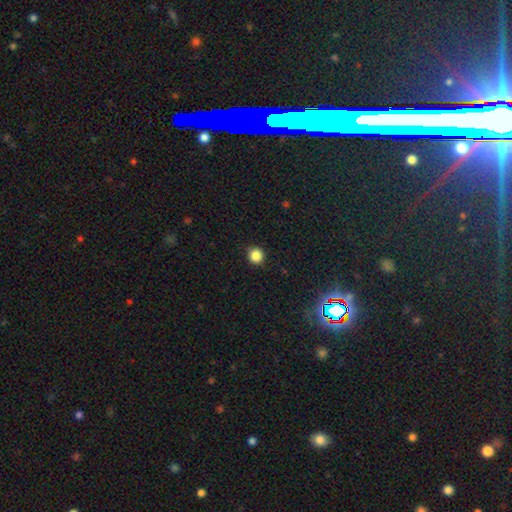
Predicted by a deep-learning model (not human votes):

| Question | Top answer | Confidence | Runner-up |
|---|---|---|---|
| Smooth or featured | smooth | 85% | star or artifact (12%) |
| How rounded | round | 92% | in between (7%) |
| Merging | none | 90% | minor disturbance (7%) |